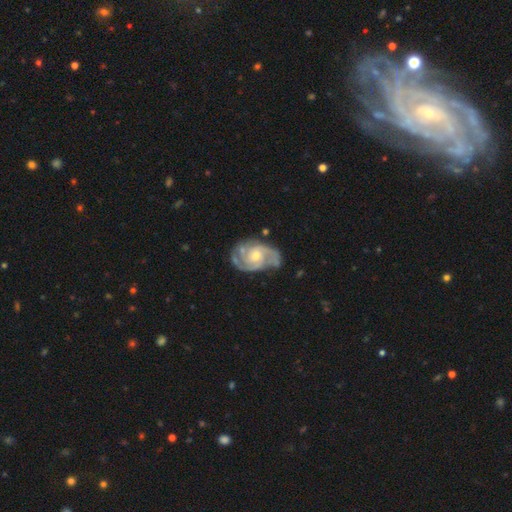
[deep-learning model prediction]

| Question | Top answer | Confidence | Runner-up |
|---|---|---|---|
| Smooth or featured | featured or disk | 89% | smooth (6%) |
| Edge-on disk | no | 98% | yes (2%) |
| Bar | no | 63% | weak (31%) |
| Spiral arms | yes | 97% | no (3%) |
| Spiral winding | tight | 49% | medium (42%) |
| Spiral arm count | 2 | 45% | 3 (29%) |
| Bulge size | moderate | 48% | tied: small (48%) |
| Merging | none | 66% | minor disturbance (23%) |